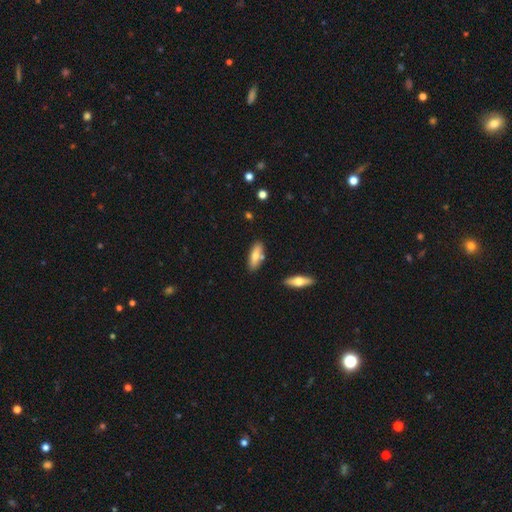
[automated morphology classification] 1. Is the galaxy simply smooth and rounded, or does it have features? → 69% smooth, 24% featured or disk, 7% star or artifact.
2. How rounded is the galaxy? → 60% in between, 38% cigar-shaped, 2% round.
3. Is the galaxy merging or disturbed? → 77% none, 12% minor disturbance, 8% merger, 2% major disturbance.